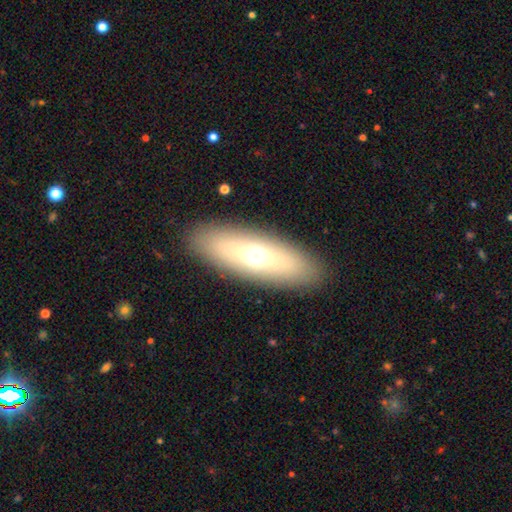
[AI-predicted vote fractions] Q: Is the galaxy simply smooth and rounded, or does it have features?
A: smooth — 61%.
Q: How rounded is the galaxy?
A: in between — 56%.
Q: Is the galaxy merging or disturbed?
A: none — 89%.